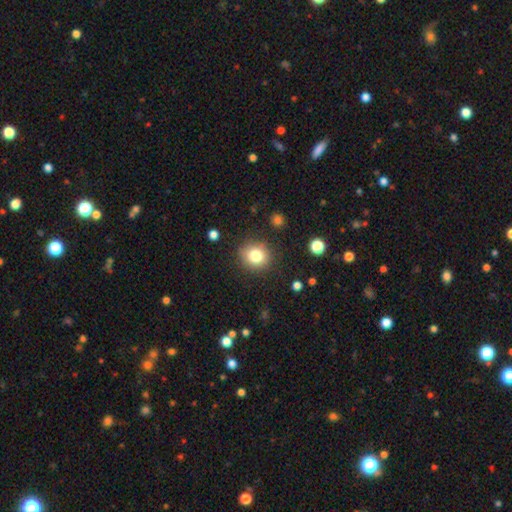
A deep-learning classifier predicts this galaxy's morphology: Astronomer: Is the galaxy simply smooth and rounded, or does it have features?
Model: smooth — 80%.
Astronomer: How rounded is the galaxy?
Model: round — 84%.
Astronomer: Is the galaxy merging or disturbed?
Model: none — 85%.